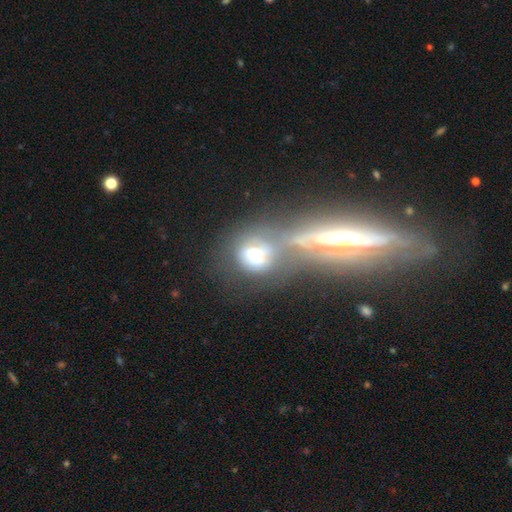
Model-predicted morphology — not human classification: Smooth or featured?
  - featured or disk: 43% *
  - smooth: 42%
  - star or artifact: 16%
Merging?
  - merger: 57% *
  - none: 18%
  - major disturbance: 17%
  - minor disturbance: 9%